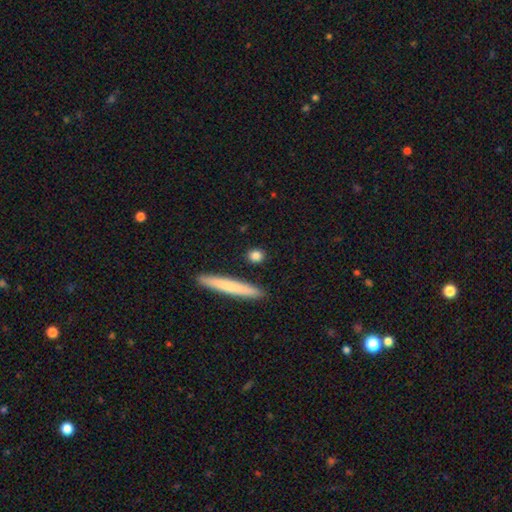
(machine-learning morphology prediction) type=smooth (83%); roundness=round (54%); merging=none (88%).